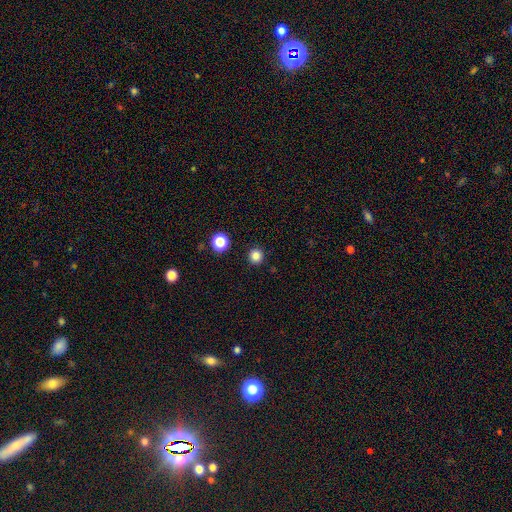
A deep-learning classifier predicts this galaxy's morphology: Smooth or featured? Predicted: smooth (p=0.84). How rounded? Predicted: round (p=0.95). Merging? Predicted: none (p=0.93).